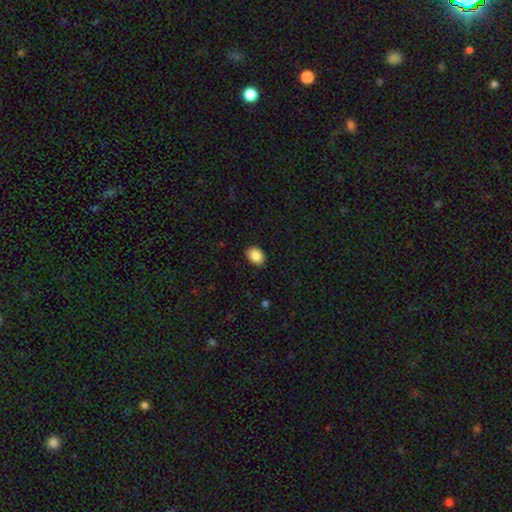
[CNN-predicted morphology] smooth 89%, star or artifact 8%, featured or disk 4%. Down the decision tree: how rounded — in between (72%); merging — none (86%).